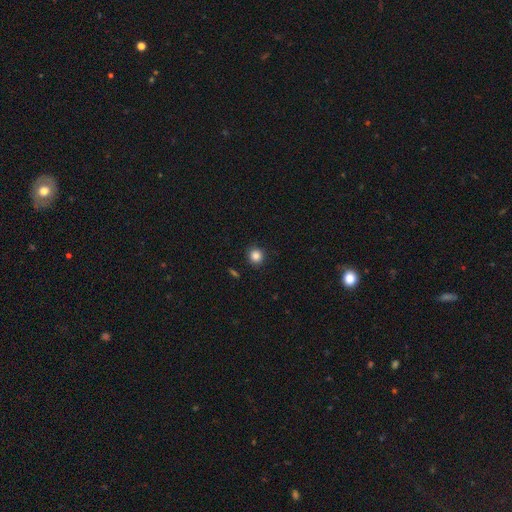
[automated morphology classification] smooth-or-featured: smooth: 85% | star or artifact: 11% | featured or disk: 4%
  how-rounded: round: 92% | in between: 7% | cigar-shaped: 1%
  merging: none: 91% | minor disturbance: 6% | major disturbance: 2% | merger: 1%